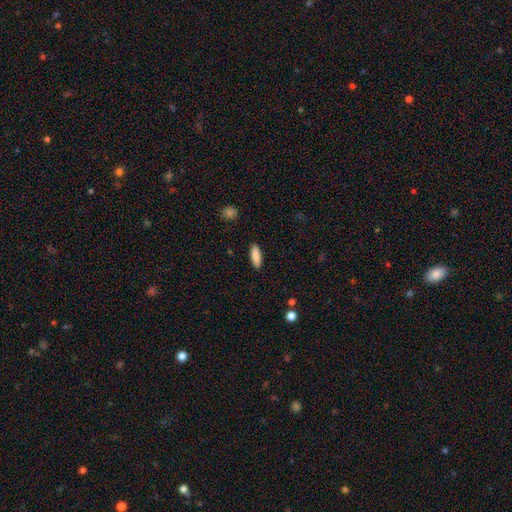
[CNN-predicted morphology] smooth_or_featured: smooth (p=0.87) [alt: featured or disk p=0.07]
how_rounded: in between (p=0.49) [tied with: cigar-shaped p=0.49]
merging: none (p=0.90) [alt: minor disturbance p=0.07]